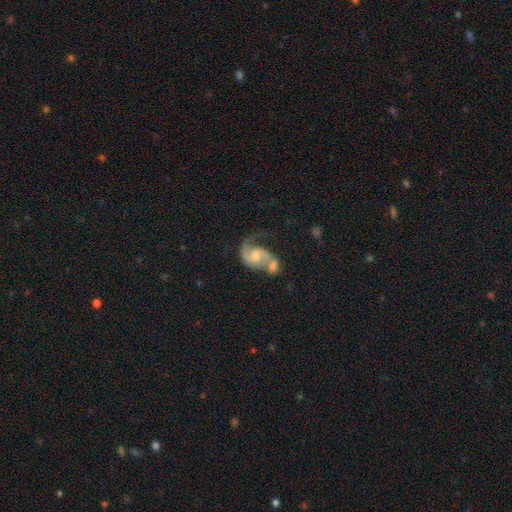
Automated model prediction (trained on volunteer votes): A featured or disk galaxy (82%) with no bar (57%), 2 (76%) medium (48%) spiral arms (95%) and a moderate central bulge (54%).

Vote fractions:
- Smooth or featured? featured or disk: 82% / smooth: 13% / star or artifact: 6%
- Edge-on disk? no: 98% / yes: 2%
- Bar? no: 57% / weak: 36% / strong: 7%
- Spiral arms? yes: 95% / no: 5%
- Spiral winding? medium: 48% / loose: 35% / tight: 17%
- Spiral arm count? 2: 76% / 1: 16% / can't tell: 5% / 3: 2% / 4: 1% / more than 4: 1%
- Bulge size? moderate: 54% / small: 32% / large: 6% / none: 6% / dominant: 1%
- Merging? merger: 52% / none: 22% / major disturbance: 14% / minor disturbance: 12%